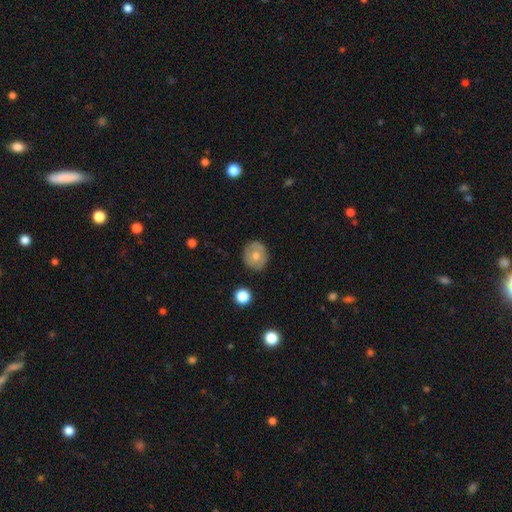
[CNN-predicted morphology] Overall: smooth (59%; featured or disk 33%). How rounded: round (84%). Merging: none (83%).